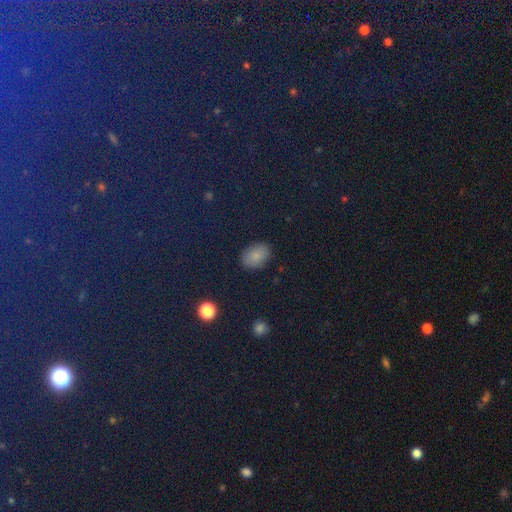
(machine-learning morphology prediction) Smooth or featured: smooth — 79% (star or artifact — 14%)
How rounded: in between — 83% (round — 16%)
Merging: none — 86% (minor disturbance — 10%)